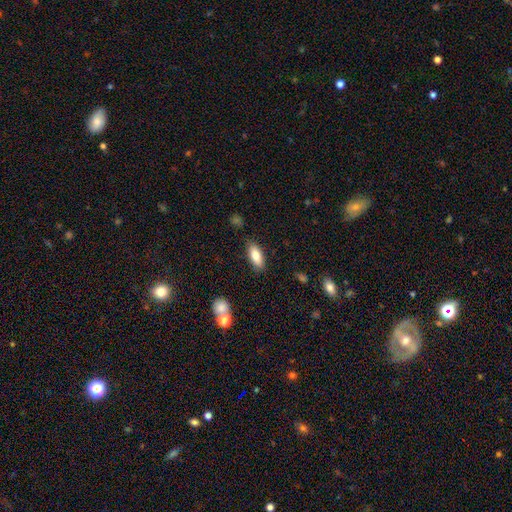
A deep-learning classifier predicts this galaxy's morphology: Smooth or featured? smooth (81%)
How rounded? in between (79%)
Merging? none (84%)